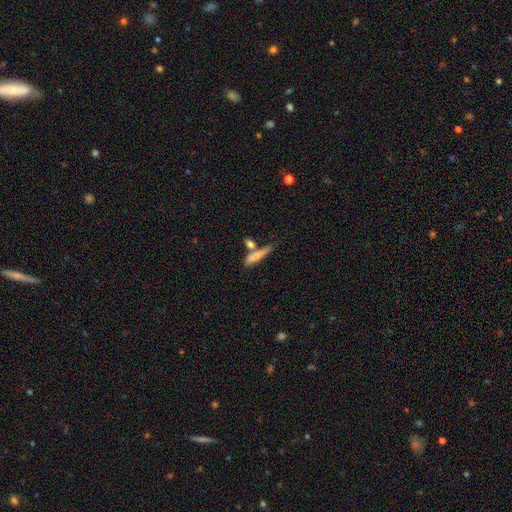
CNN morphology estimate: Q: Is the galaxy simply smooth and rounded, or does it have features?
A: smooth — 73%.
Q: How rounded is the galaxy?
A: cigar-shaped — 75%.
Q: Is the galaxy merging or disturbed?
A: none — 47%.